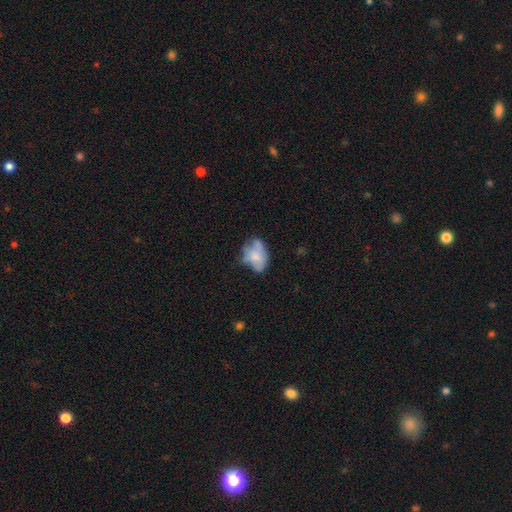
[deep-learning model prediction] Smooth or featured? smooth (57%)
How rounded? in between (78%)
Merging? none (42%)